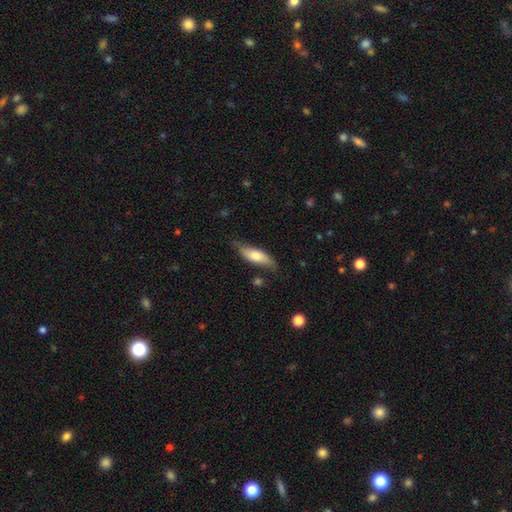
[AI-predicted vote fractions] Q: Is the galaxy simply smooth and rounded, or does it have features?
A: smooth — 65%.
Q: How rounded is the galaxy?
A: in between — 58%.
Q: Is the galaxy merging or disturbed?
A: none — 71%.